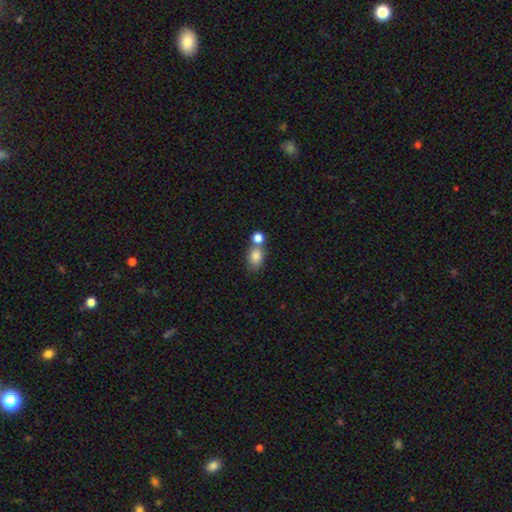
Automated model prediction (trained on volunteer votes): smooth 83%, star or artifact 10%, featured or disk 8%. Down the decision tree: how rounded — in between (66%); merging — none (44%).